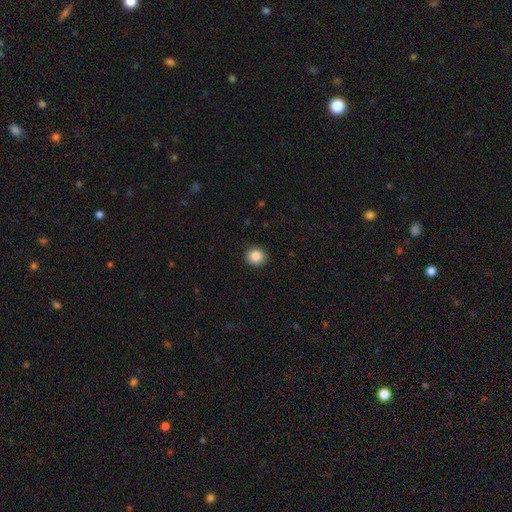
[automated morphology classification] Q: Smooth or featured?
A: smooth (86%); runner-up: star or artifact (9%)
Q: How rounded?
A: round (81%); runner-up: in between (18%)
Q: Merging?
A: none (91%); runner-up: minor disturbance (7%)